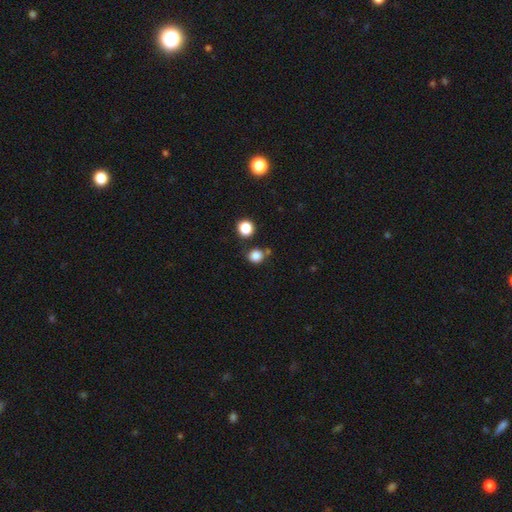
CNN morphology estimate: This appears to be a smooth galaxy with no disk features (82%) that is round (87%). Merging: none (72%).